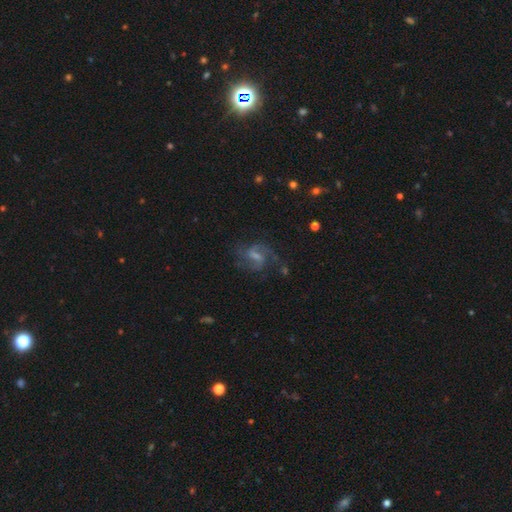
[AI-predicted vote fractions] smooth-or-featured: featured or disk: 74% | smooth: 16% | star or artifact: 10%
  disk-edge-on: no: 97% | yes: 3%
    bar: weak: 57% | strong: 23% | no: 20%
    has-spiral-arms: yes: 92% | no: 8%
      spiral-winding: medium: 48% | loose: 37% | tight: 14%
      spiral-arm-count: 2: 71% | can't tell: 11% | 3: 8% | 1: 6% | 4: 2% | more than 4: 2%
    bulge-size: small: 36% | moderate: 32% | none: 25% | large: 6% | dominant: 1%
  merging: none: 61% | minor disturbance: 19% | major disturbance: 17% | merger: 3%